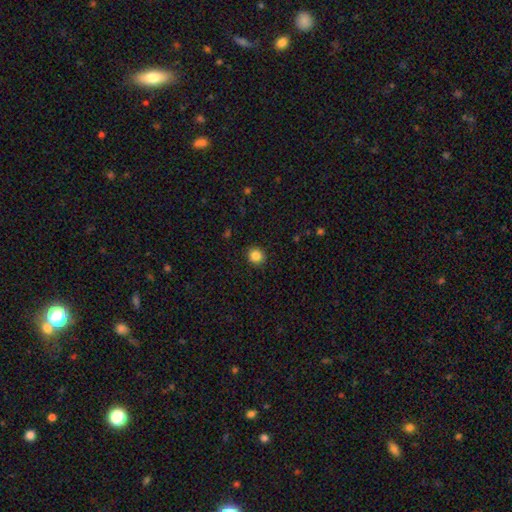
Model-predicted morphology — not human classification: This is clearly a smooth galaxy (85%). How rounded: clearly round (89%). Merging: clearly none (91%).